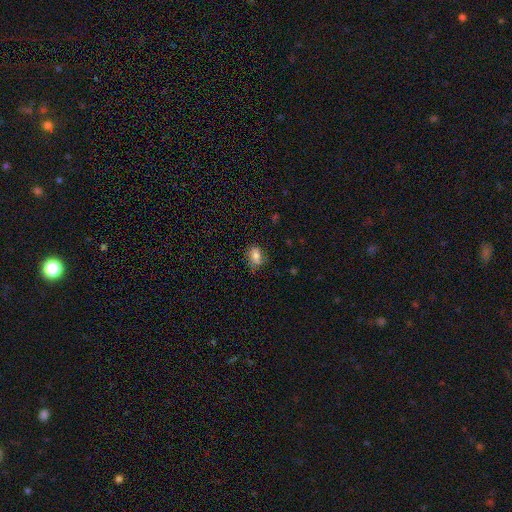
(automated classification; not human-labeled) smooth-or-featured: smooth: 72% | featured or disk: 17% | star or artifact: 11%
  how-rounded: in between: 74% | round: 23% | cigar-shaped: 3%
  merging: none: 65% | minor disturbance: 26% | major disturbance: 7% | merger: 2%